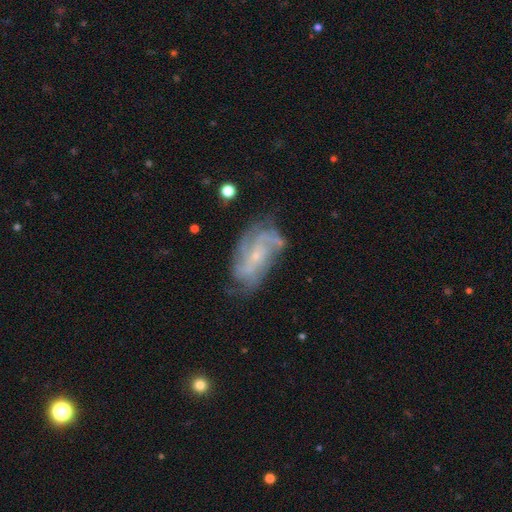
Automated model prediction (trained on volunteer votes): A featured or disk galaxy (84%) with no bar (61%), can't tell (25%, tied with 3) medium (42%, tied with tight) spiral arms (95%) and a small central bulge (79%). Merging: none (66%).